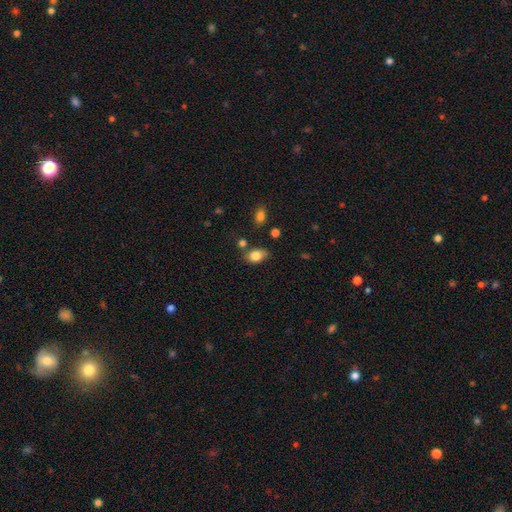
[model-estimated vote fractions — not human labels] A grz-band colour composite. It shows a smooth galaxy with no disk features (83%) that is in between round and cigar-shaped (79%). Merging: none (64%).